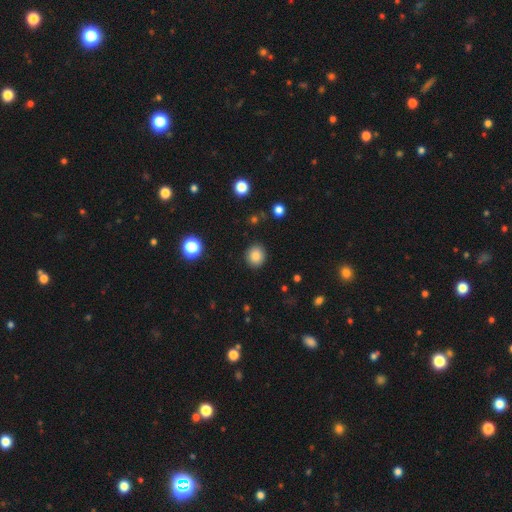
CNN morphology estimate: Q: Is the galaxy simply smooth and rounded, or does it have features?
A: smooth — 85%.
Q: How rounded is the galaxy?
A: round — 79%.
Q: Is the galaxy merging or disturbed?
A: none — 90%.